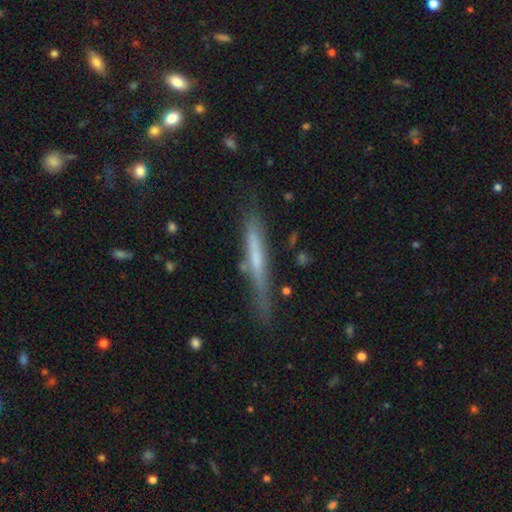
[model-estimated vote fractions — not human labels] Smooth or featured?
  - featured or disk: 52% *
  - smooth: 42%
  - star or artifact: 7%
Edge-on disk?
  - yes: 93% *
  - no: 7%
Merging?
  - none: 73% *
  - minor disturbance: 19%
  - major disturbance: 4%
  - merger: 4%